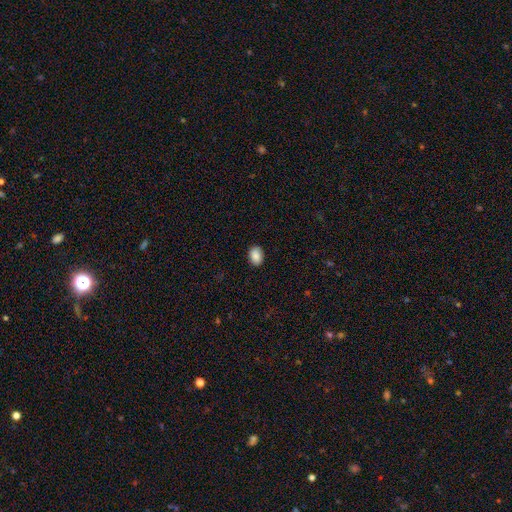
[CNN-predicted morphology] Q: Smooth or featured?
A: smooth (89%); runner-up: star or artifact (8%)
Q: How rounded?
A: in between (79%); runner-up: round (20%)
Q: Merging?
A: none (89%); runner-up: minor disturbance (8%)